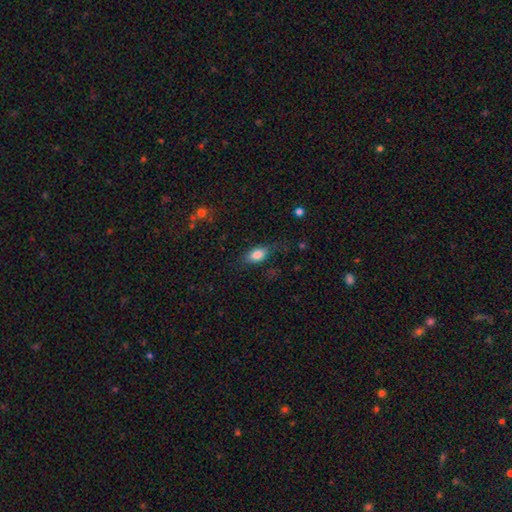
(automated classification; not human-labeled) smooth 82%, featured or disk 10%, star or artifact 8%. Down the decision tree: how rounded — in between (86%); merging — none (69%).